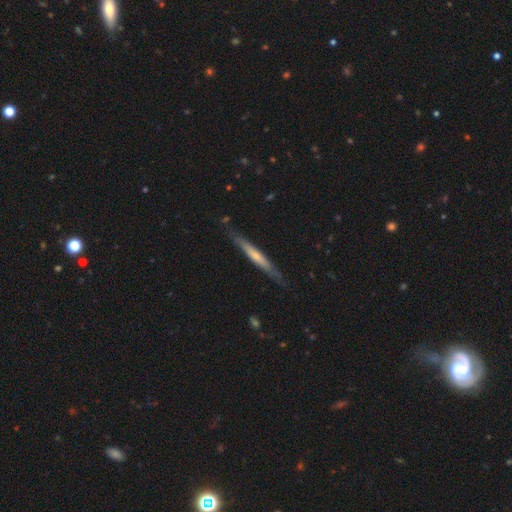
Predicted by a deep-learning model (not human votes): featured or disk 50%, smooth 44%, star or artifact 5%. Down the decision tree: edge-on disk — yes (92%); merging — none (82%).